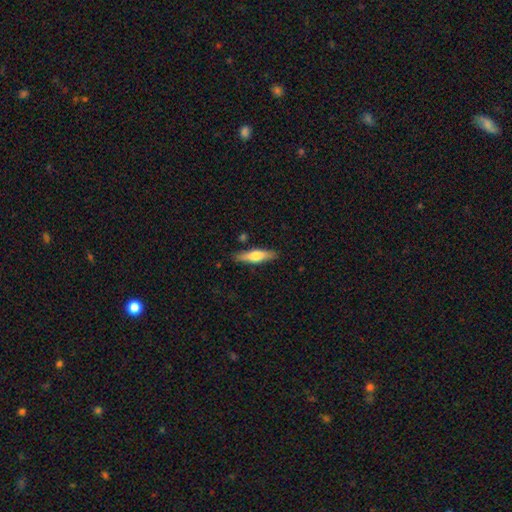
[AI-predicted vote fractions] The model was most divided on "smooth or featured": smooth: 57%, featured or disk: 37%, star or artifact: 5%. More confident: merging — none (86%); how rounded — cigar-shaped (69%).